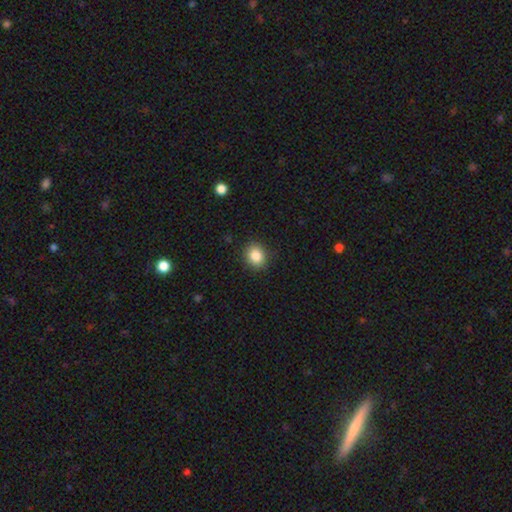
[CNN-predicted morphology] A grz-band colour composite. It shows a smooth galaxy with no disk features (85%) that is round (69%). Merging: none (89%).